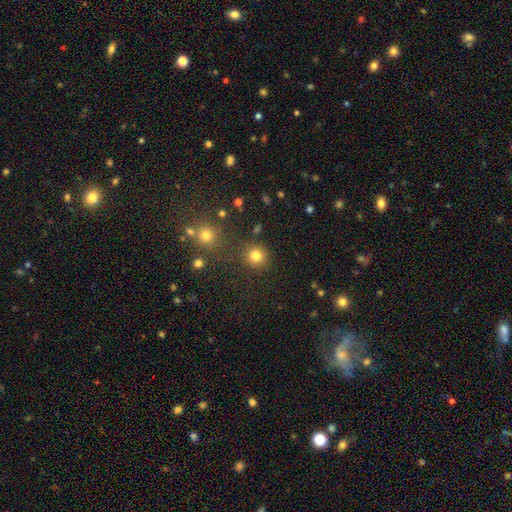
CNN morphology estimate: smooth_or_featured: smooth (p=0.81) [alt: star or artifact p=0.14]
how_rounded: round (p=0.92) [alt: in between p=0.08]
merging: none (p=0.83) [alt: minor disturbance p=0.08]